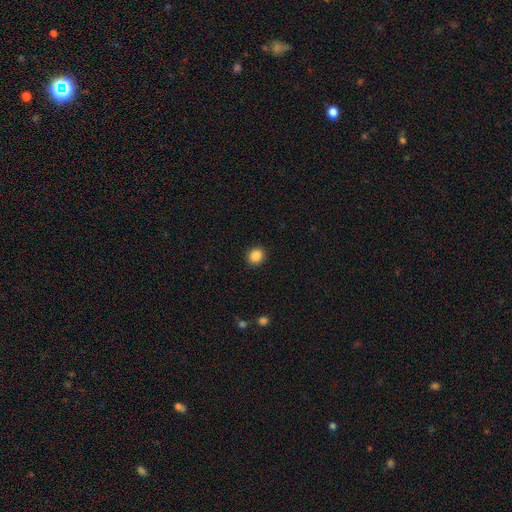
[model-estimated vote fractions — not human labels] Smooth or featured: smooth — 87% (star or artifact — 10%)
How rounded: round — 77% (in between — 23%)
Merging: none — 91% (minor disturbance — 6%)